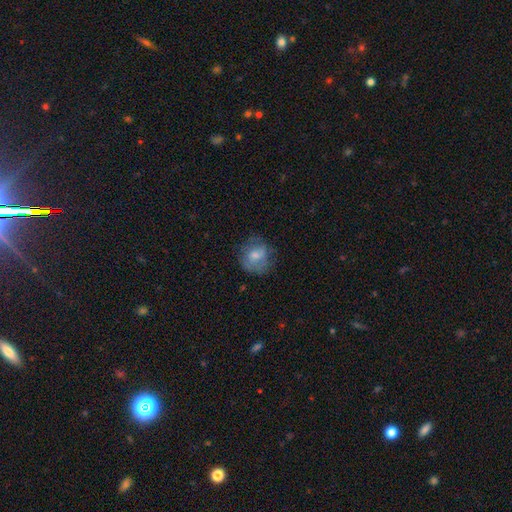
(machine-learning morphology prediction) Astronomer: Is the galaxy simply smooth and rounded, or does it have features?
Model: smooth — 60%.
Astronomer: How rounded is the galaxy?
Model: round — 76%.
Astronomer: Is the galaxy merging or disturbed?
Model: none — 61%.